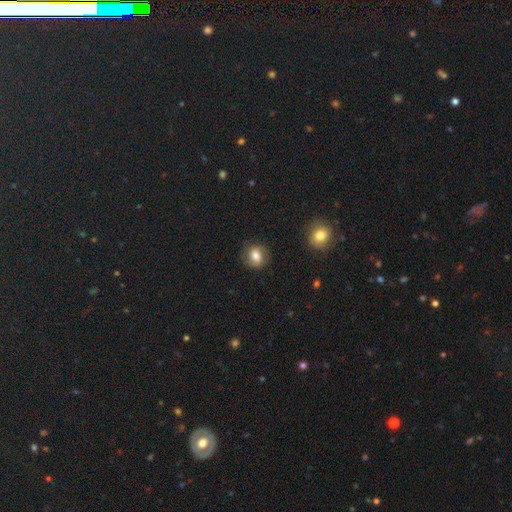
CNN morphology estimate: type=smooth (72%); roundness=round (72%); merging=none (83%).